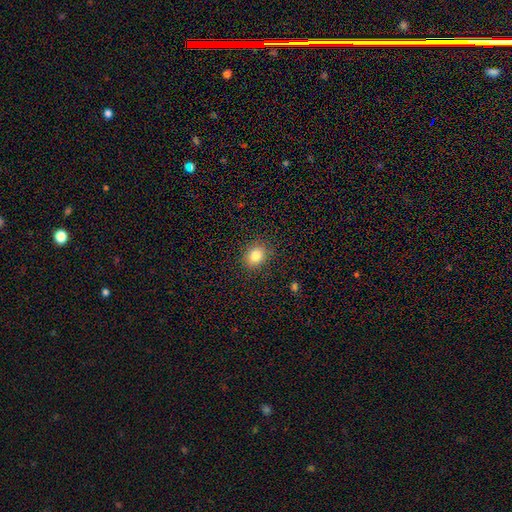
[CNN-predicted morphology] smooth_or_featured: smooth (p=0.82) [alt: star or artifact p=0.11]
how_rounded: round (p=0.56) [alt: in between p=0.43]
merging: none (p=0.87) [alt: minor disturbance p=0.09]